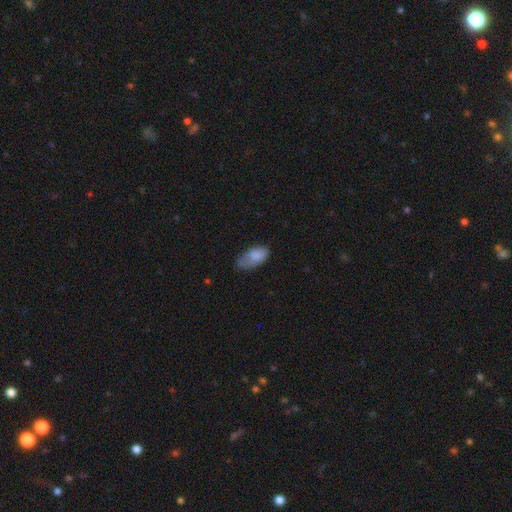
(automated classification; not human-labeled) Smooth or featured: smooth — 80% (featured or disk — 12%)
How rounded: in between — 93% (cigar-shaped — 4%)
Merging: none — 42% (minor disturbance — 39%)